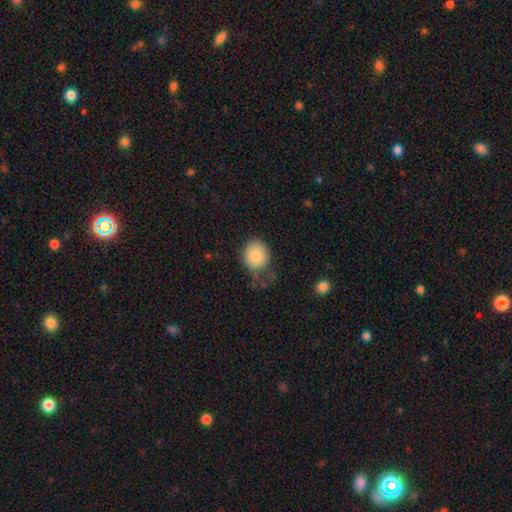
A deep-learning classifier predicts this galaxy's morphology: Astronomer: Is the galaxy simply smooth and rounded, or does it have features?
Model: smooth — 83%.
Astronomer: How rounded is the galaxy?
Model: round — 68%.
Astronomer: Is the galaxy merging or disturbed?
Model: none — 51% (runner-up: minor disturbance, 28%).